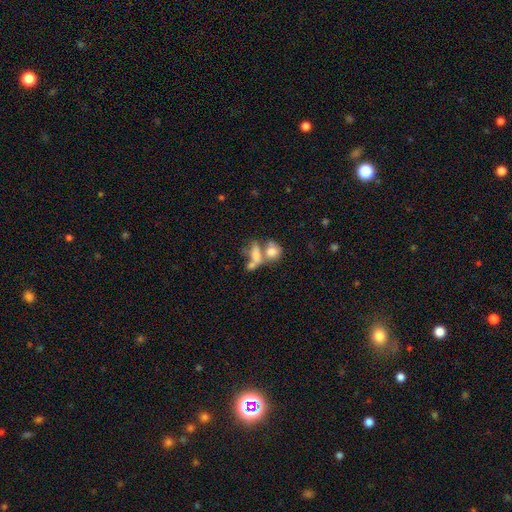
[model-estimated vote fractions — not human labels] Smooth or featured?
  - smooth: 64% *
  - featured or disk: 25%
  - star or artifact: 11%
How rounded?
  - in between: 69% *
  - round: 22%
  - cigar-shaped: 9%
Merging?
  - merger: 60% *
  - none: 21%
  - major disturbance: 10%
  - minor disturbance: 9%